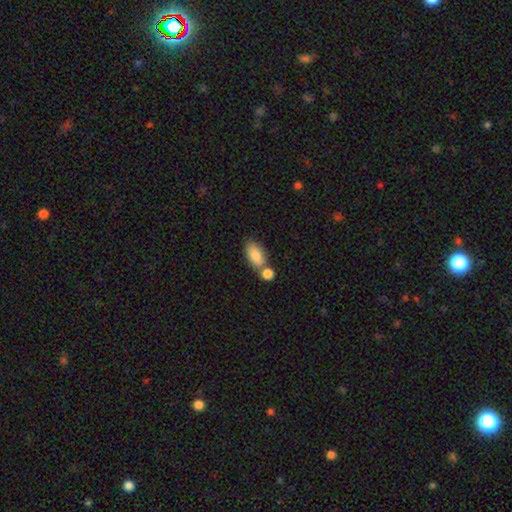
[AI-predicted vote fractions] Q: Smooth or featured?
A: smooth (84%); runner-up: featured or disk (9%)
Q: How rounded?
A: in between (90%); runner-up: round (5%)
Q: Merging?
A: none (47%); runner-up: merger (36%)